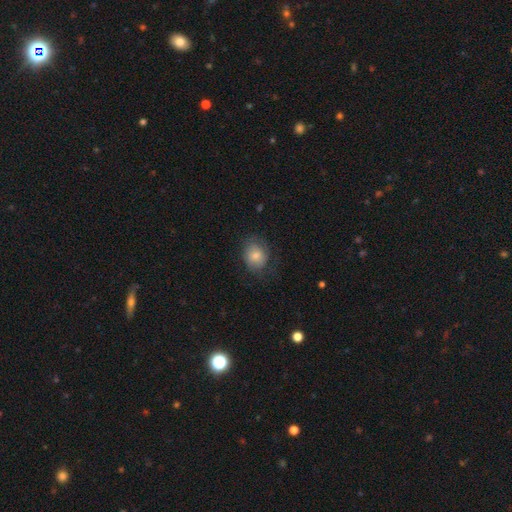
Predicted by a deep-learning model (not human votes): smooth 76%, featured or disk 16%, star or artifact 8%. Down the decision tree: how rounded — round (54%); merging — none (65%).